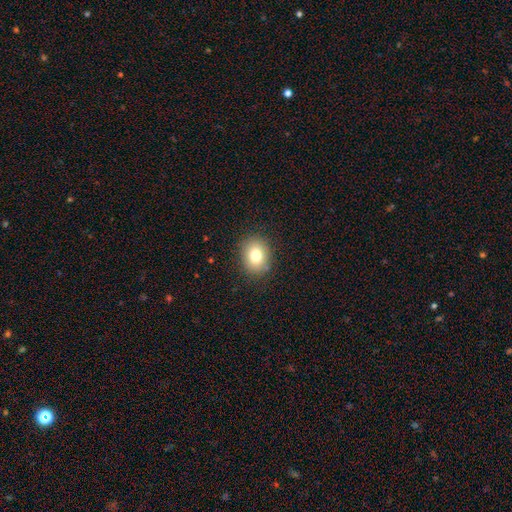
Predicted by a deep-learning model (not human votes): Smooth or featured?
  - smooth: 78% *
  - star or artifact: 11%
  - featured or disk: 11%
How rounded?
  - round: 52% *
  - in between: 47%
  - cigar-shaped: 1%
Merging?
  - none: 87% *
  - minor disturbance: 9%
  - major disturbance: 3%
  - merger: 1%